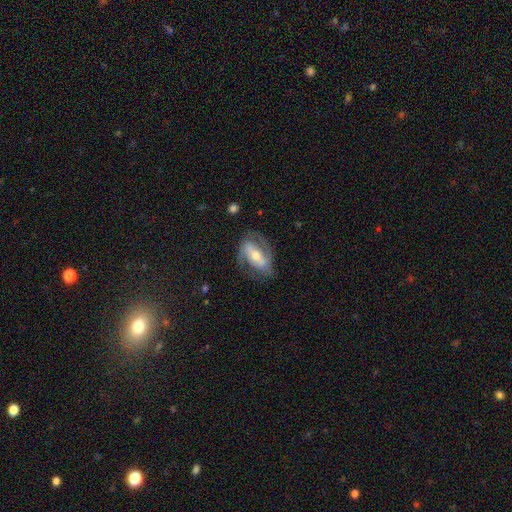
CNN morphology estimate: The model was most divided on "spiral winding": medium: 46%, tight: 32%, loose: 22%. More confident: edge-on disk — no (93%); spiral arms — yes (86%); spiral arm count — 2 (83%); smooth or featured — featured or disk (77%); merging — none (69%); bulge size — moderate (58%); bar — strong (52%).